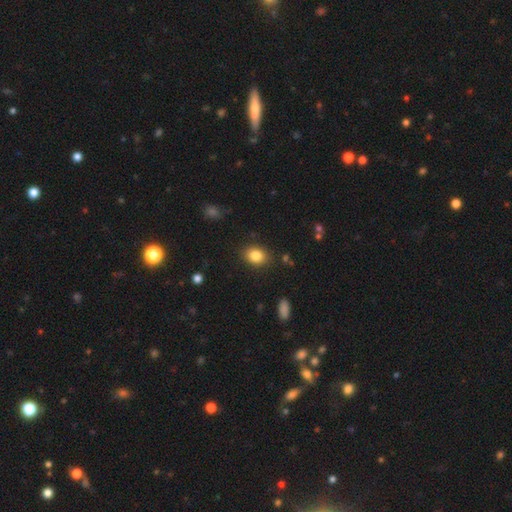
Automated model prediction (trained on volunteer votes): Smooth or featured? smooth (84%)
How rounded? in between (64%)
Merging? none (86%)